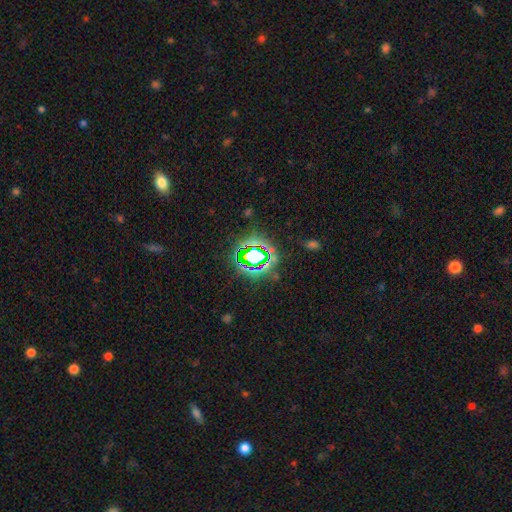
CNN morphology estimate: Overall: star or artifact (70%).